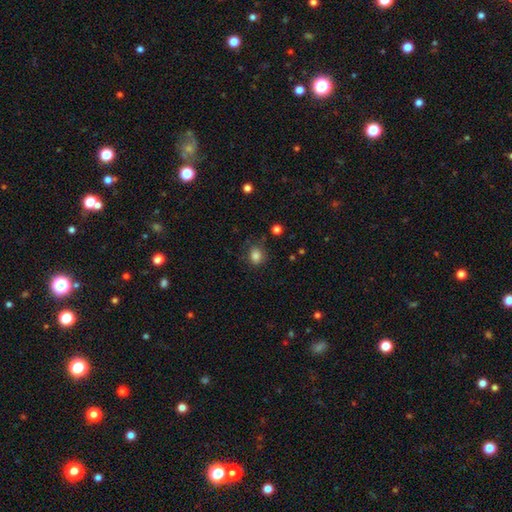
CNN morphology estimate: Smooth or featured? smooth (84%)
How rounded? round (64%)
Merging? none (77%)